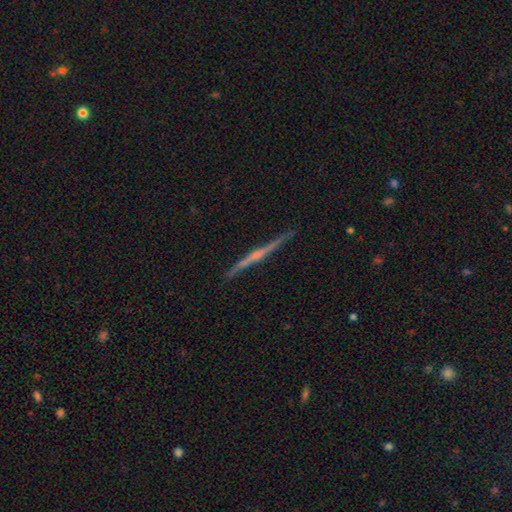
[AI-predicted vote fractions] Overall: featured or disk (80%). Edge-on disk: yes (98%). Edge-on bulge: rounded (65%; none 27%). Merging: none (89%).